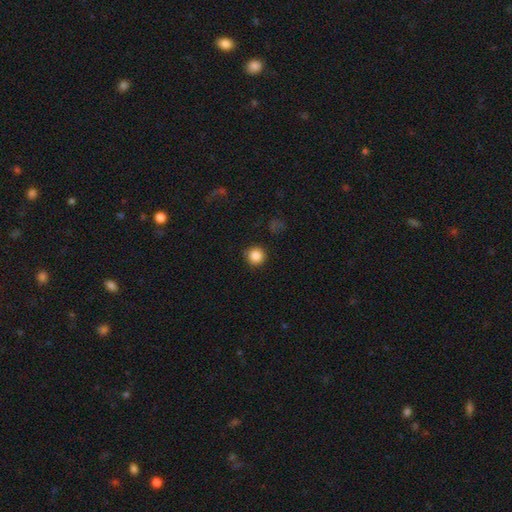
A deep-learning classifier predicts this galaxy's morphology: This is clearly a smooth galaxy (86%). How rounded: clearly round (95%). Merging: clearly none (91%).